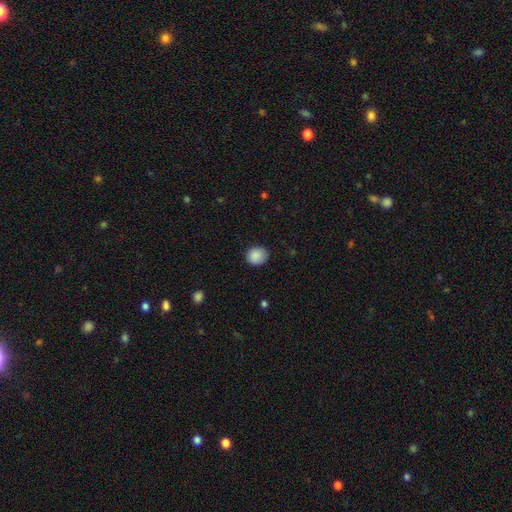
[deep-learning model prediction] Smooth or featured: smooth — 88% (star or artifact — 8%)
How rounded: round — 74% (in between — 25%)
Merging: none — 82% (minor disturbance — 14%)